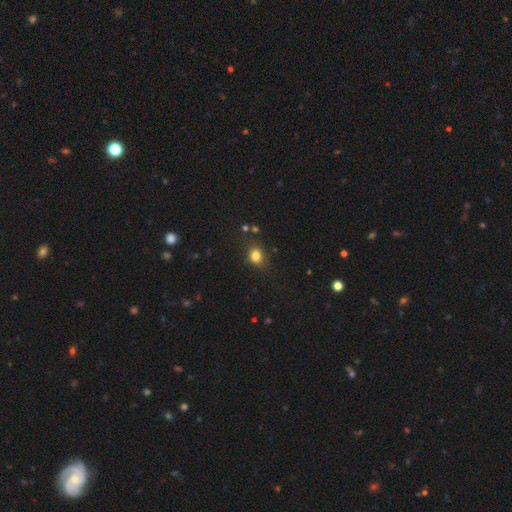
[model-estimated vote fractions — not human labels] smooth-or-featured: smooth: 82% | star or artifact: 12% | featured or disk: 6%
  how-rounded: round: 55% | in between: 44% | cigar-shaped: 1%
  merging: none: 75% | minor disturbance: 16% | major disturbance: 5% | merger: 4%